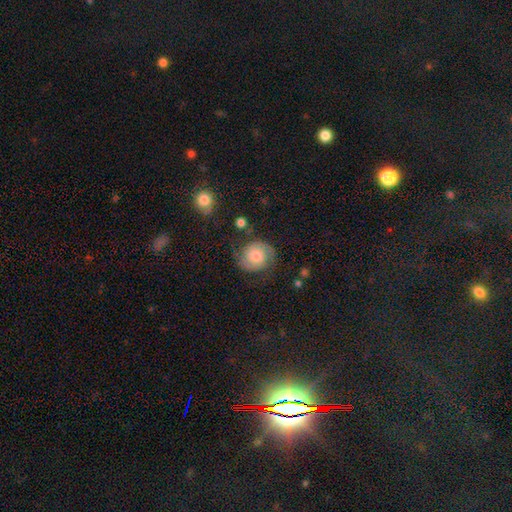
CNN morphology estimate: Smooth or featured?
  - featured or disk: 55% *
  - smooth: 36%
  - star or artifact: 8%
Edge-on disk?
  - no: 98% *
  - yes: 2%
Bar?
  - no: 75% *
  - weak: 21%
  - strong: 4%
Spiral arms?
  - yes: 91% *
  - no: 9%
Bulge size?
  - moderate: 40% *
  - small: 37%
  - large: 13%
  - none: 7%
  - dominant: 4%
Merging?
  - none: 72% *
  - minor disturbance: 17%
  - major disturbance: 9%
  - merger: 2%